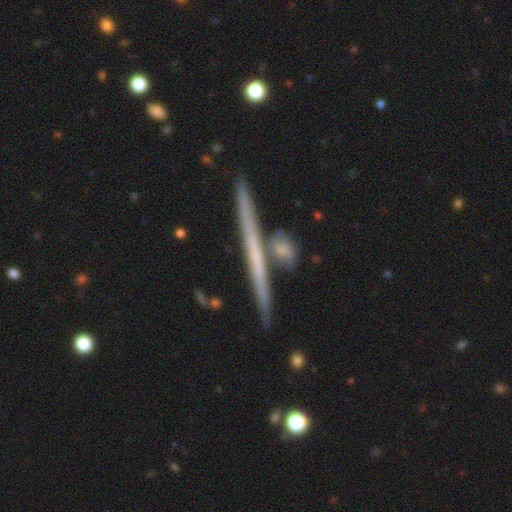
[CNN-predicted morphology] Overall: featured or disk (61%; smooth 33%). Edge-on disk: yes (97%). Edge-on bulge: none (88%). Merging: none (84%).